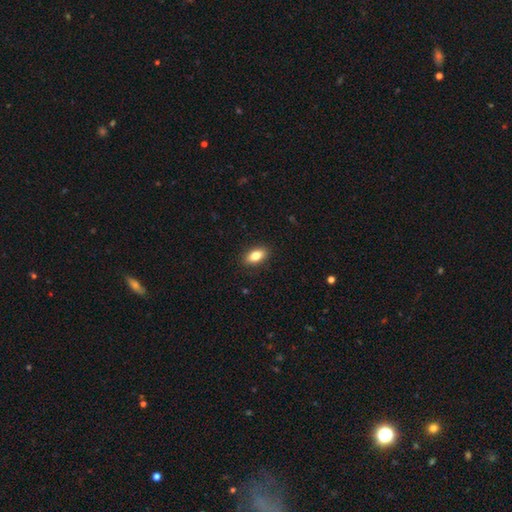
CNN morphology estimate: Smooth or featured?
  - smooth: 81% *
  - featured or disk: 11%
  - star or artifact: 8%
How rounded?
  - in between: 88% *
  - round: 6%
  - cigar-shaped: 6%
Merging?
  - none: 89% *
  - minor disturbance: 8%
  - major disturbance: 2%
  - merger: 1%